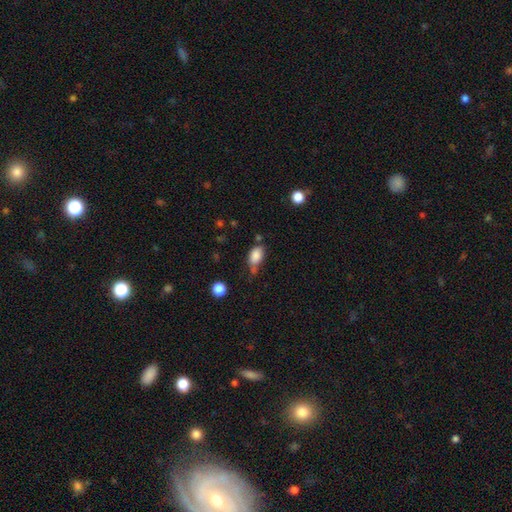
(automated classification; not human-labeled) Smooth or featured: smooth — 83% (star or artifact — 9%)
How rounded: in between — 87% (round — 10%)
Merging: none — 40% (minor disturbance — 35%)